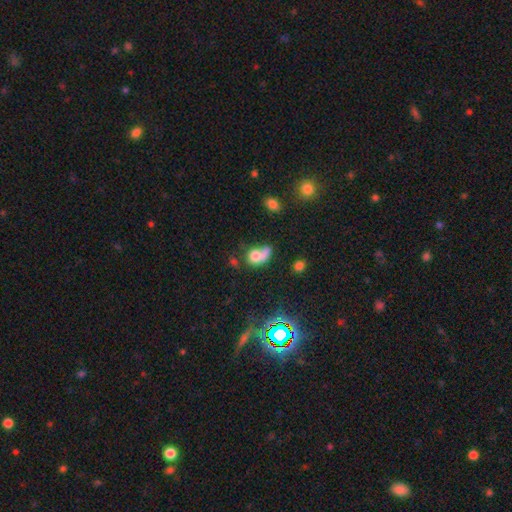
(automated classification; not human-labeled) A smooth galaxy with no disk features (67%) that is in between round and cigar-shaped (61%).

Vote fractions:
- Smooth or featured? smooth: 67% / featured or disk: 20% / star or artifact: 14%
- How rounded? in between: 61% / round: 36% / cigar-shaped: 3%
- Merging? merger: 43% / none: 24% / major disturbance: 19% / minor disturbance: 14%